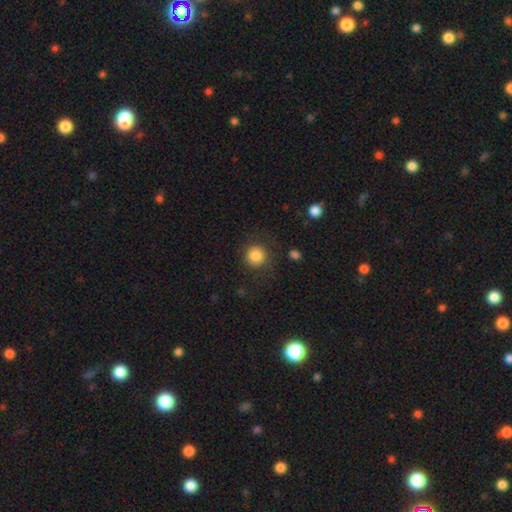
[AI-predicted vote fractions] Morphology: type=smooth (84%); roundness=round (93%); merging=none (83%).